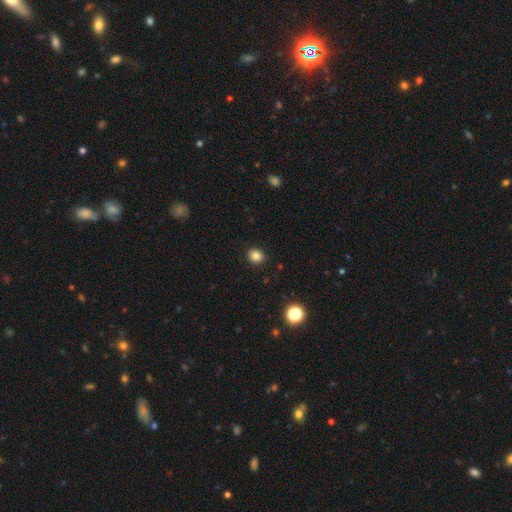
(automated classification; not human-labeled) This is clearly a smooth galaxy (85%). How rounded: clearly round (80%). Merging: clearly none (92%).